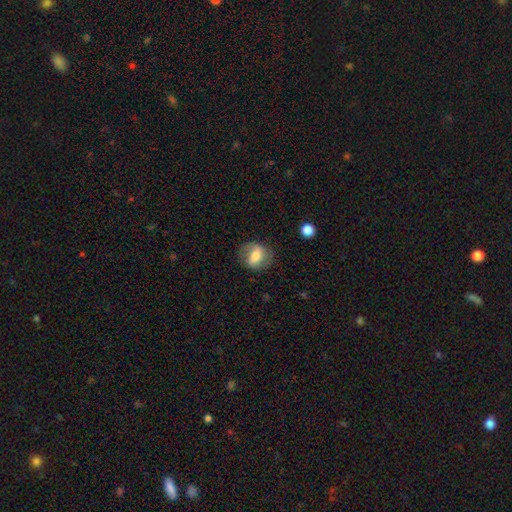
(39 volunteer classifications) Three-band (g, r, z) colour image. It shows a smooth galaxy with no disk features (62%) that is round (75%). Merging: none (68%).